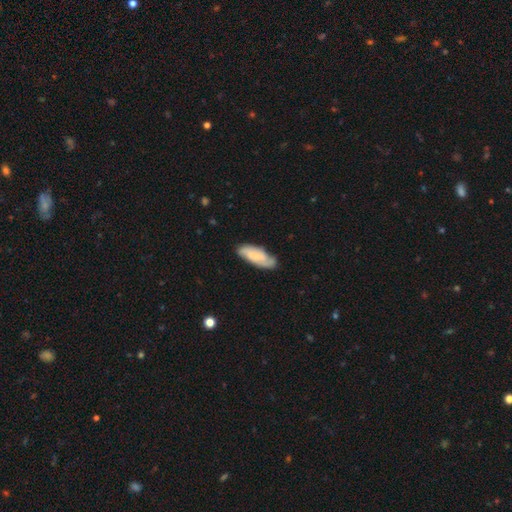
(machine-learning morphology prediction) Q: Smooth or featured?
A: smooth (52%); runner-up: featured or disk (41%)
Q: How rounded?
A: in between (72%); runner-up: cigar-shaped (27%)
Q: Merging?
A: none (69%); runner-up: minor disturbance (23%)